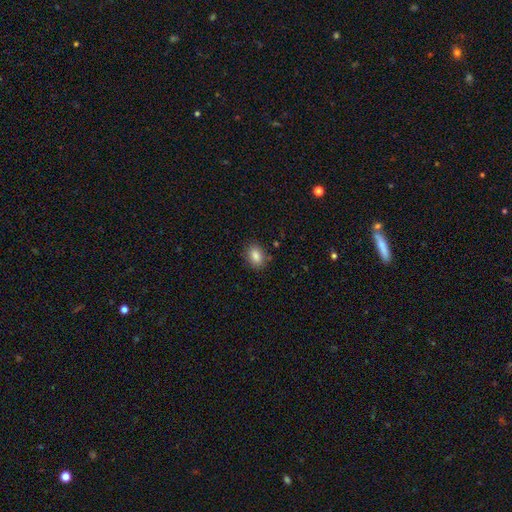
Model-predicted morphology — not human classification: Smooth or featured: smooth — 85% (star or artifact — 9%)
How rounded: in between — 78% (round — 21%)
Merging: none — 85% (minor disturbance — 11%)